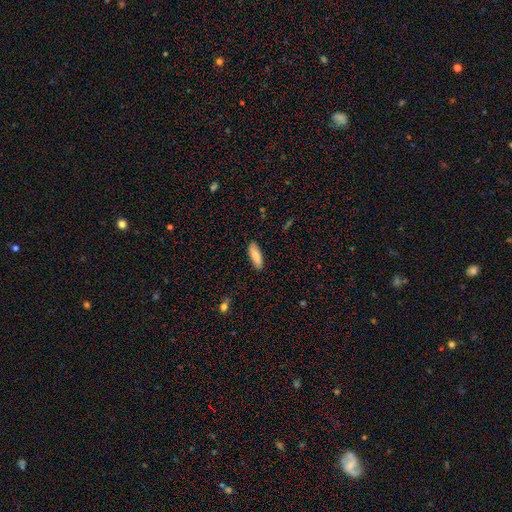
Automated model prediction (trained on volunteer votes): This appears to be a smooth galaxy with no disk features (83%) that is in between round and cigar-shaped (66%). Merging: none (88%).